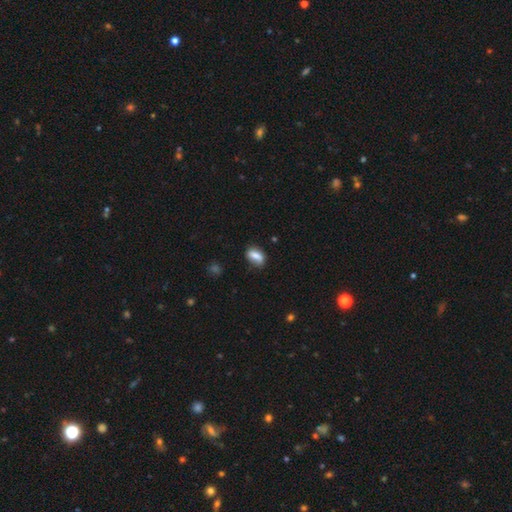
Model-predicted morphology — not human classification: This is likely a smooth galaxy (75%). How rounded: clearly in between (83%). Merging: likely none (67%).